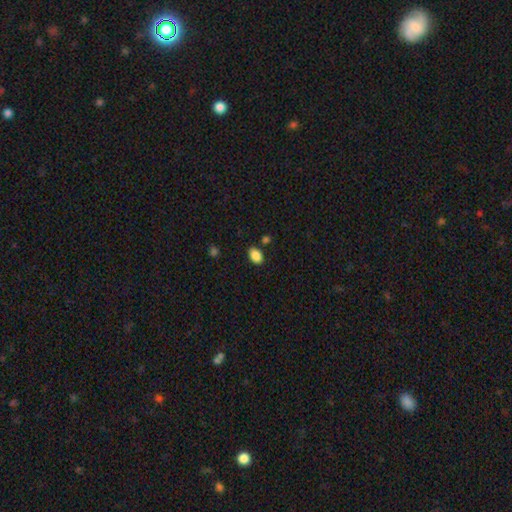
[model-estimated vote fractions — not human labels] Smooth or featured: smooth — 87% (star or artifact — 9%)
How rounded: in between — 82% (round — 17%)
Merging: none — 83% (minor disturbance — 10%)